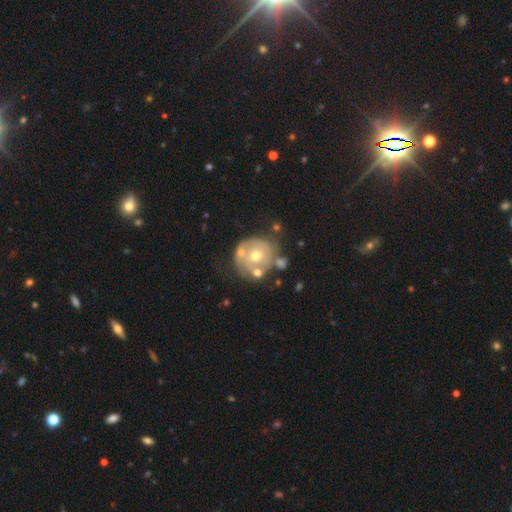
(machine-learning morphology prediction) Smooth or featured? featured or disk (64%)
Edge-on disk? no (97%)
Bar? no (87%)
Spiral arms? no (59%)
Bulge size? moderate (62%)
Merging? none (53%)